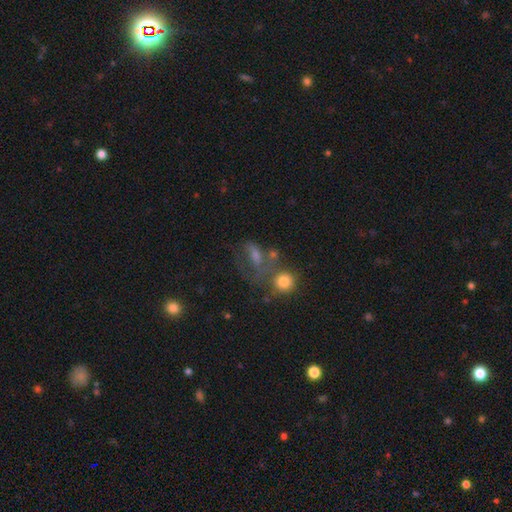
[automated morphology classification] This appears to be a smooth galaxy with no disk features (42%). Merging: none (40%).